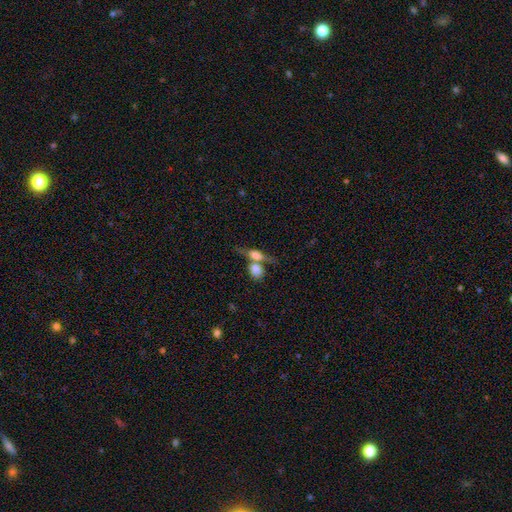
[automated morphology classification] smooth_or_featured: smooth (p=0.60) [alt: featured or disk p=0.30]
how_rounded: in between (p=0.57) [alt: round p=0.22]
merging: merger (p=0.49) [alt: none p=0.32]